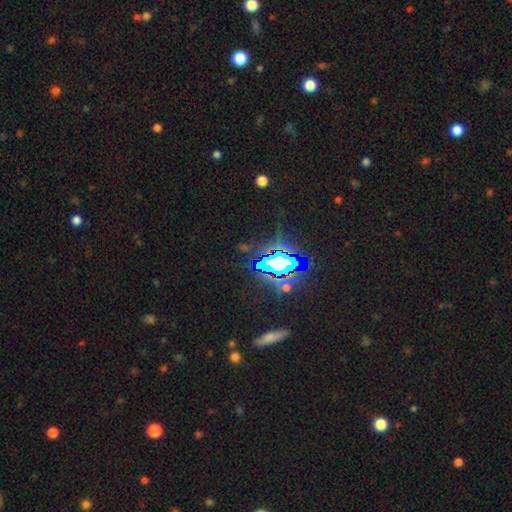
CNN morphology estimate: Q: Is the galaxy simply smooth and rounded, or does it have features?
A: star or artifact — 80%.